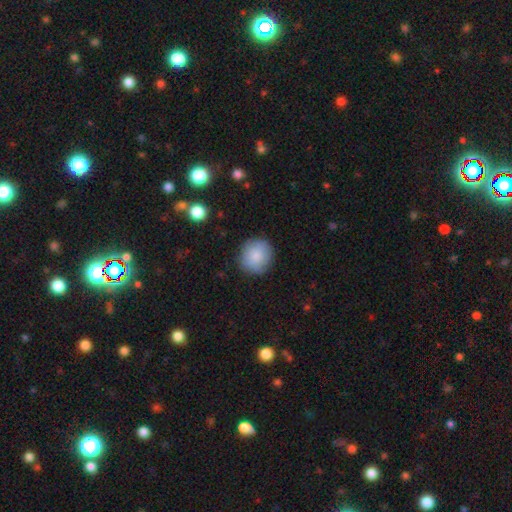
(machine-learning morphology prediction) Smooth or featured? smooth (85%)
How rounded? round (90%)
Merging? none (85%)